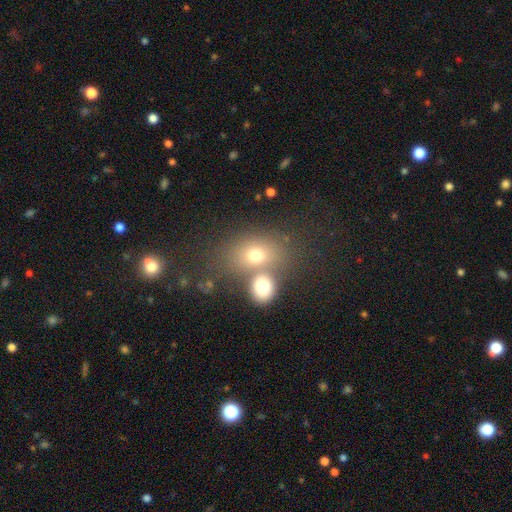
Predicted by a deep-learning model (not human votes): Overall: smooth (70%). How rounded: in between (57%; round 41%). Merging: none (42%, tied with merger).